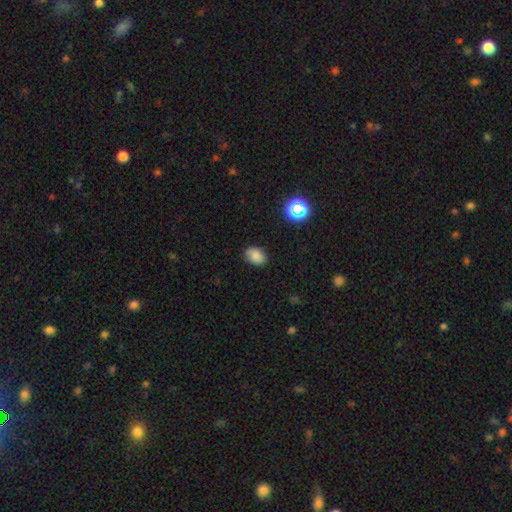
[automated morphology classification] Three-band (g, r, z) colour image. It shows a smooth galaxy with no disk features (82%) that is in between round and cigar-shaped (76%). Merging: none (82%).